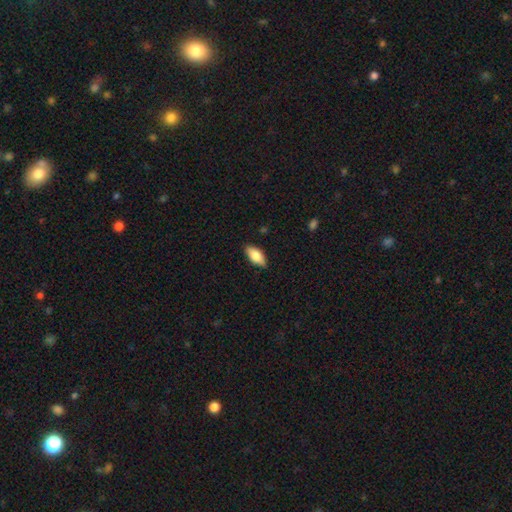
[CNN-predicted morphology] The model was most divided on "smooth or featured": smooth: 80%, featured or disk: 14%, star or artifact: 6%. More confident: how rounded — in between (88%); merging — none (85%).